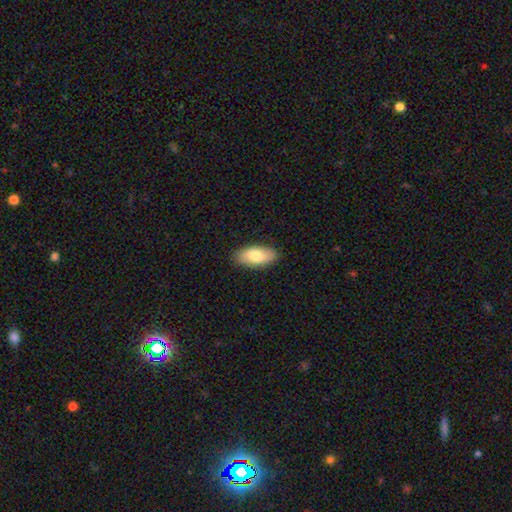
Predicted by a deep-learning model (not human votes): Morphology: type=smooth (78%); roundness=in between (90%); merging=none (88%).